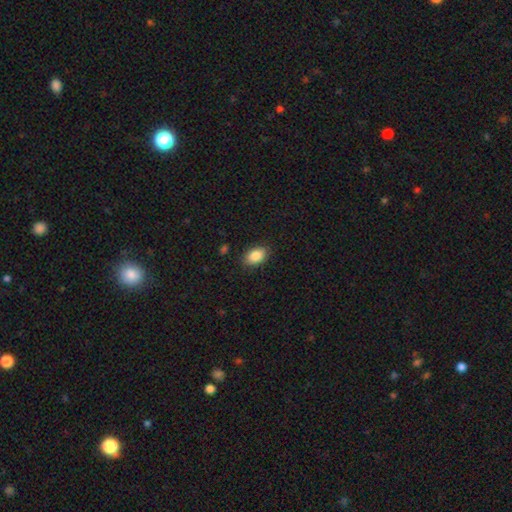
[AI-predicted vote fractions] A smooth galaxy with no disk features (87%) that is in between round and cigar-shaped (90%).

Vote fractions:
- Smooth or featured? smooth: 87% / star or artifact: 7% / featured or disk: 6%
- How rounded? in between: 90% / round: 9% / cigar-shaped: 2%
- Merging? none: 87% / minor disturbance: 10% / major disturbance: 2% / merger: 1%